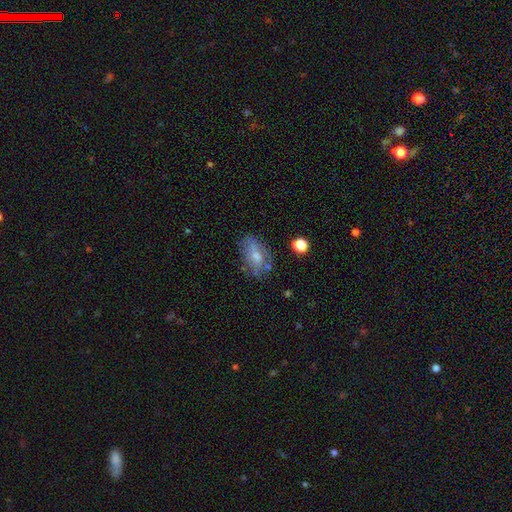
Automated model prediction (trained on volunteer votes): A smooth galaxy with no disk features (51%) that is in between round and cigar-shaped (87%).

Vote fractions:
- Smooth or featured? smooth: 51% / featured or disk: 40% / star or artifact: 9%
- How rounded? in between: 87% / round: 10% / cigar-shaped: 4%
- Merging? none: 58% / minor disturbance: 26% / major disturbance: 12% / merger: 5%